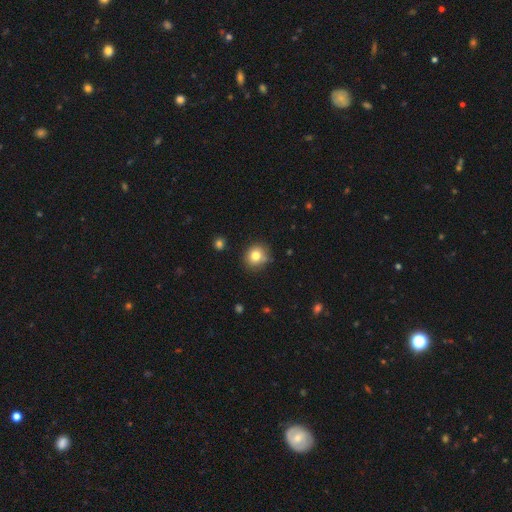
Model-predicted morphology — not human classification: Smooth or featured? smooth (80%)
How rounded? round (81%)
Merging? none (82%)